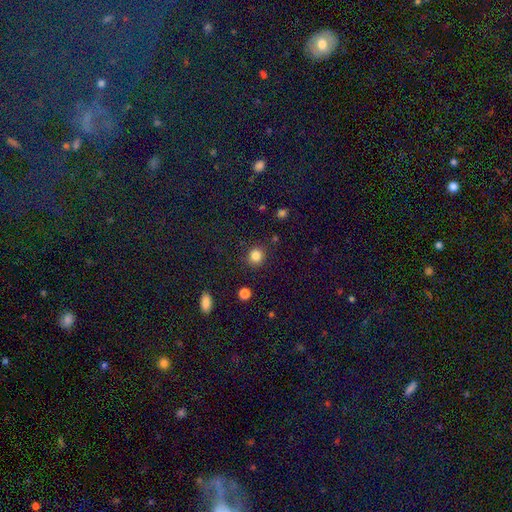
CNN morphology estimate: Overall: smooth (84%). How rounded: round (90%). Merging: none (89%).